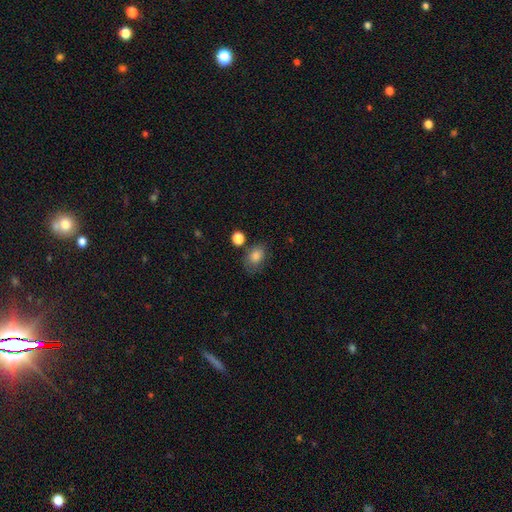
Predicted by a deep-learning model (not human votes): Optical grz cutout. It shows a smooth galaxy with no disk features (80%) that is in between round and cigar-shaped (74%). Merging: none (65%).